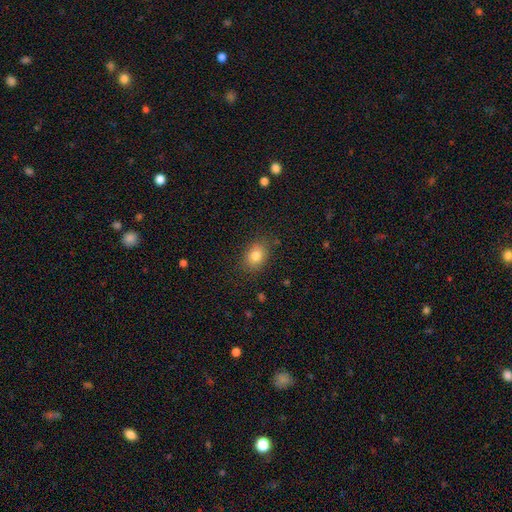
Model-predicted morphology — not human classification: The model was most divided on "how rounded": in between: 65%, round: 34%, cigar-shaped: 1%. More confident: merging — none (83%); smooth or featured — smooth (82%).